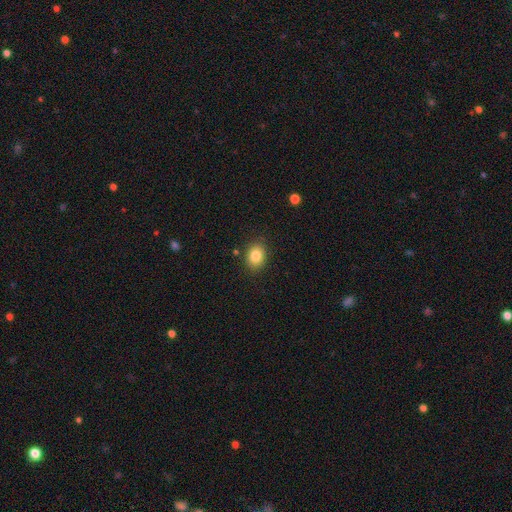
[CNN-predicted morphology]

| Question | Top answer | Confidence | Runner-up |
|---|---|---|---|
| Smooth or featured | smooth | 84% | star or artifact (9%) |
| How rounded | in between | 57% | round (42%) |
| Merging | none | 86% | minor disturbance (10%) |